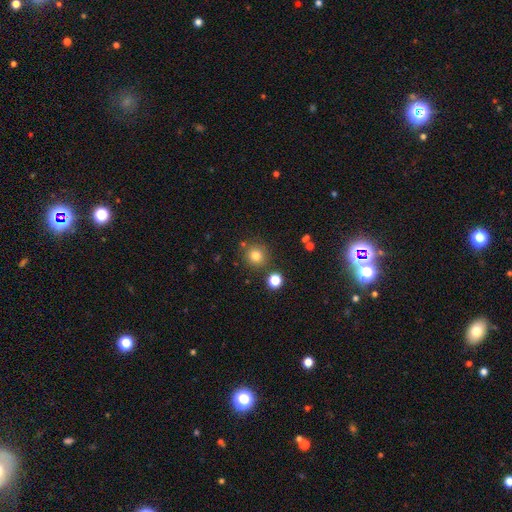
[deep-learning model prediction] This is likely a smooth galaxy (80%). How rounded: clearly round (91%). Merging: clearly none (82%).